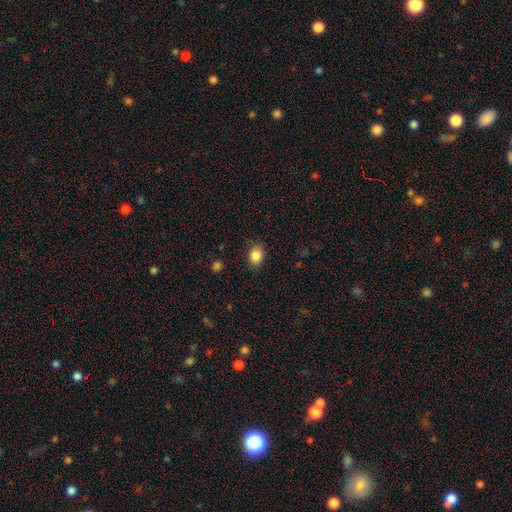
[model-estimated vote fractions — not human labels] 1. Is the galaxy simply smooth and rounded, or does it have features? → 86% smooth, 9% star or artifact, 5% featured or disk.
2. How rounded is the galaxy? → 59% in between, 40% round, 1% cigar-shaped.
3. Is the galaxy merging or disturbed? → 86% none, 11% minor disturbance, 3% major disturbance, 1% merger.